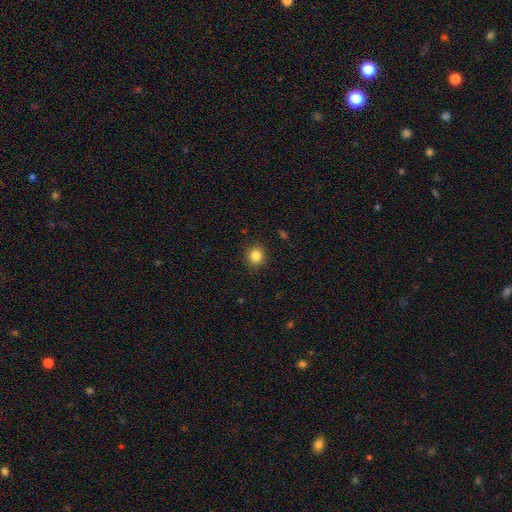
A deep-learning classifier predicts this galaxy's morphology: A smooth galaxy with no disk features (84%) that is round (87%). Merging: none (91%).